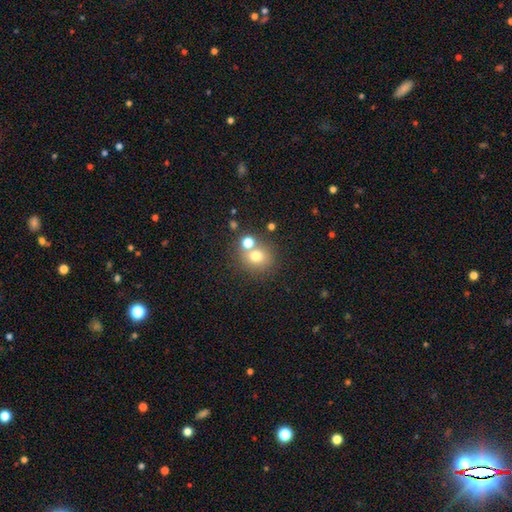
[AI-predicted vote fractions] This is likely a smooth galaxy (72%). How rounded: clearly round (82%). Merging: likely none (61%).